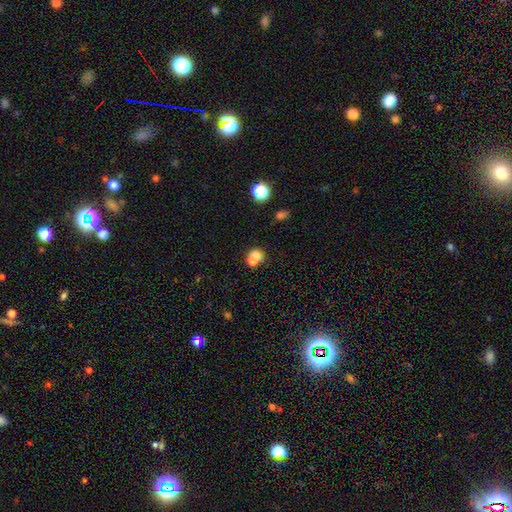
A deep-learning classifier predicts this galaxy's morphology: Smooth or featured: smooth — 71% (featured or disk — 18%)
How rounded: round — 69% (in between — 30%)
Merging: merger — 61% (none — 29%)